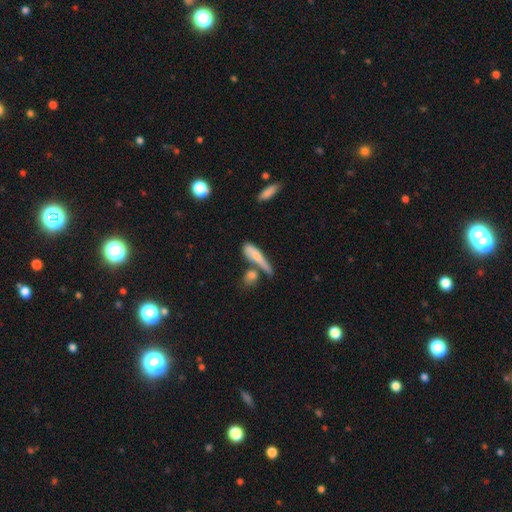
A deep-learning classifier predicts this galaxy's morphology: A smooth galaxy with no disk features (69%) that is cigar-shaped (71%). Merging: none (38%).